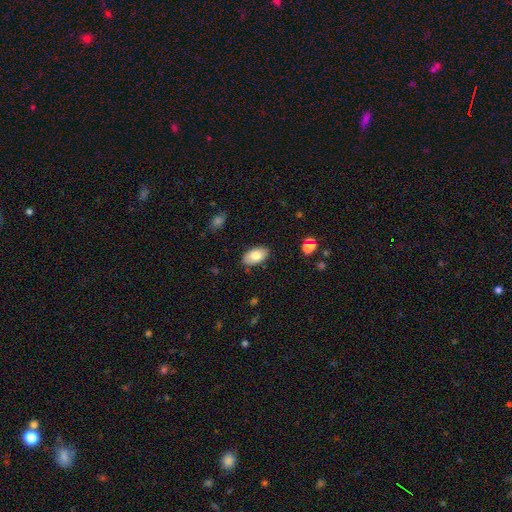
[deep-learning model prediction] A smooth galaxy with no disk features (79%) that is in between round and cigar-shaped (94%). Merging: none (84%).